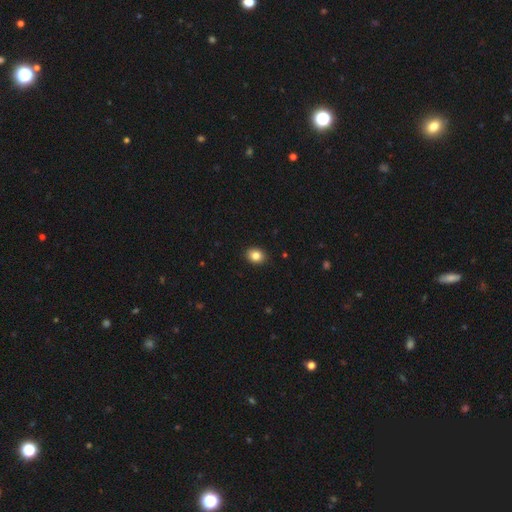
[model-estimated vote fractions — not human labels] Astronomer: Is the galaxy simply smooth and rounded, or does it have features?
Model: smooth — 84%.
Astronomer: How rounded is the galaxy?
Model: round — 53% (runner-up: in between, 46%).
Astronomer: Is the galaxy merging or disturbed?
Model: none — 90%.